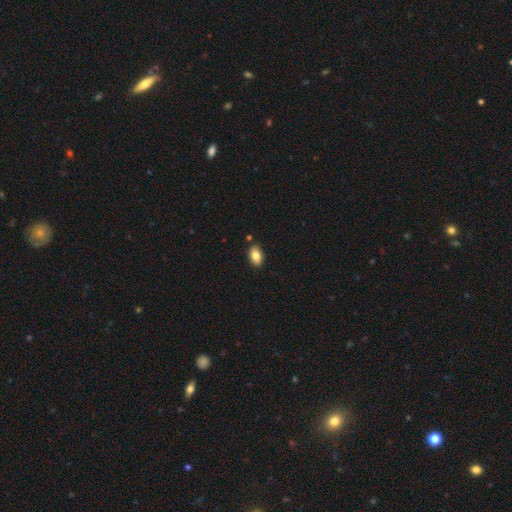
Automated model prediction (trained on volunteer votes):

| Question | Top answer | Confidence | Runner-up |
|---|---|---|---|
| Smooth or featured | smooth | 82% | featured or disk (10%) |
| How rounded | in between | 90% | round (8%) |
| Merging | none | 85% | minor disturbance (10%) |